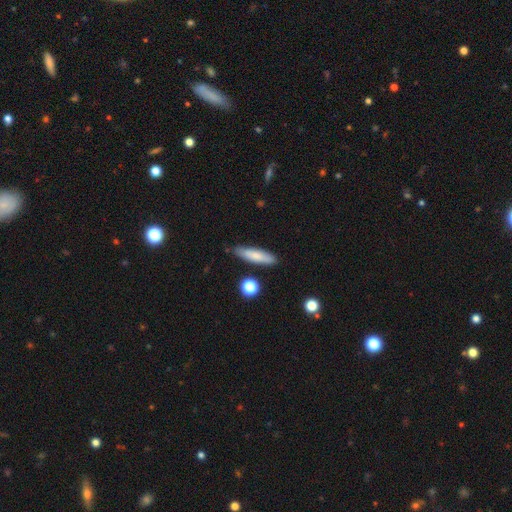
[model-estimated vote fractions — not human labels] smooth 75%, featured or disk 18%, star or artifact 7%. Down the decision tree: how rounded — cigar-shaped (72%); merging — none (83%).